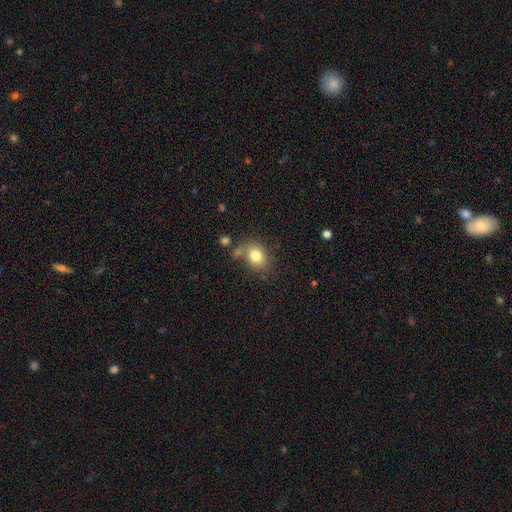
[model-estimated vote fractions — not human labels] This is clearly a smooth galaxy (80%). How rounded: possibly in between (52%). Merging: likely none (64%).